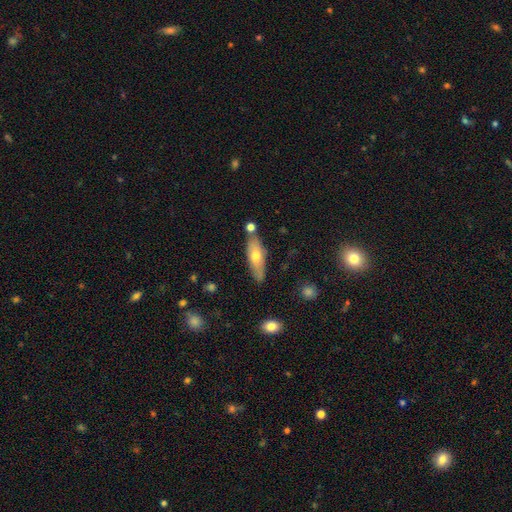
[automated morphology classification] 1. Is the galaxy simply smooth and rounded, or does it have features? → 57% smooth, 36% featured or disk, 6% star or artifact.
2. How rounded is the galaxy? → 53% in between, 45% cigar-shaped, 3% round.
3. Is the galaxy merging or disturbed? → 73% none, 16% minor disturbance, 9% merger, 3% major disturbance.